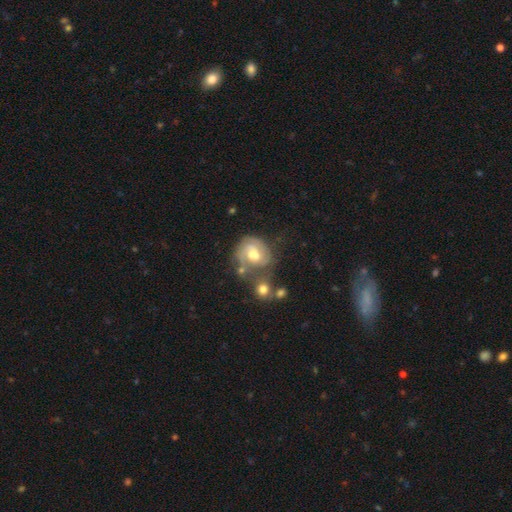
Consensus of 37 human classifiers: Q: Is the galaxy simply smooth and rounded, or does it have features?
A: featured or disk — 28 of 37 (76%).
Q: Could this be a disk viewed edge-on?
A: no — 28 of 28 (100%).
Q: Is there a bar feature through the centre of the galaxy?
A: no — 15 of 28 (54%).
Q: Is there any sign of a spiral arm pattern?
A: yes — 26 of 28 (93%).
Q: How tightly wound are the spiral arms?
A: tight — 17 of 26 (65%).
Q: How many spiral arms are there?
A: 2 — 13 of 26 (50%).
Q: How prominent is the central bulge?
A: moderate — 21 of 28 (75%).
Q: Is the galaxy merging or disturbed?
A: merger — 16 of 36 (44%).